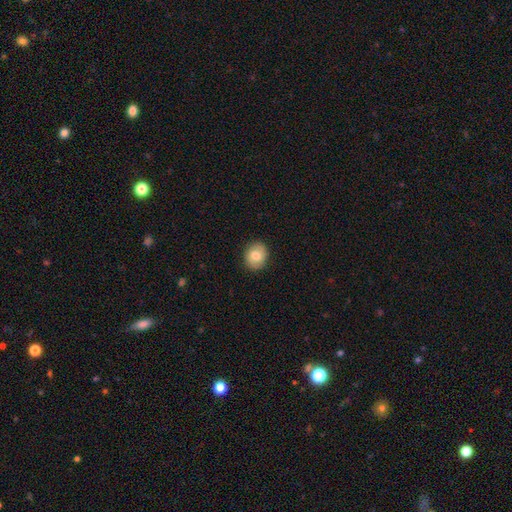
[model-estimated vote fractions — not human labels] This is likely a smooth galaxy (77%). How rounded: likely round (66%). Merging: clearly none (89%).